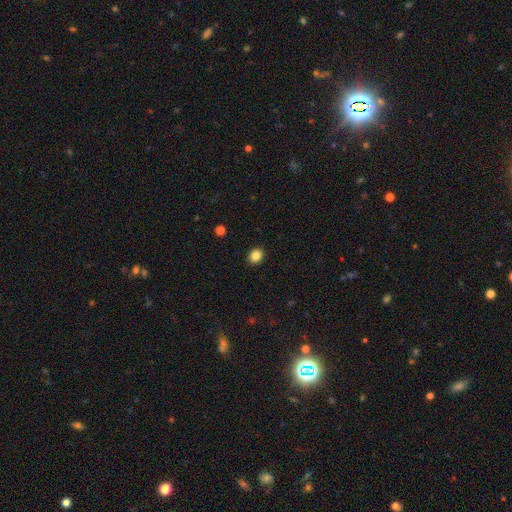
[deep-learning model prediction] Morphology: type=smooth (85%); roundness=round (59%); merging=none (91%).